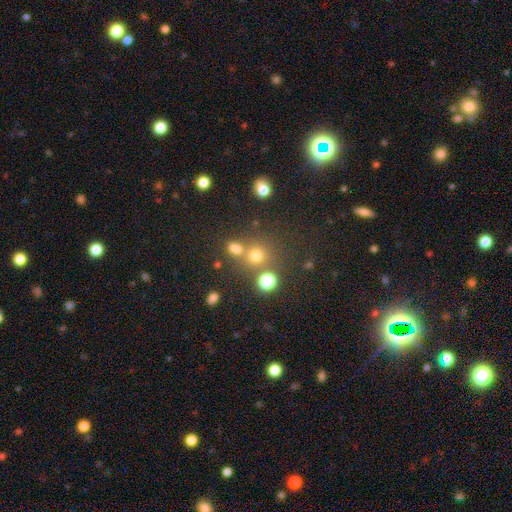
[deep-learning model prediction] Smooth or featured? smooth (63%)
How rounded? round (87%)
Merging? none (63%)